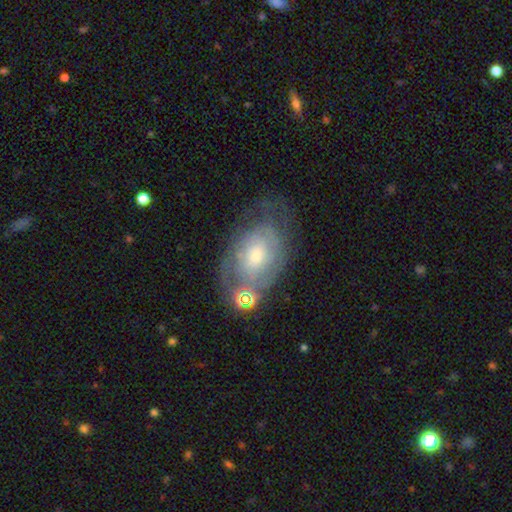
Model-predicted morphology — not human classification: smooth-or-featured: featured or disk: 69% | smooth: 24% | star or artifact: 7%
  disk-edge-on: no: 95% | yes: 5%
    bar: no: 71% | weak: 25% | strong: 4%
    has-spiral-arms: yes: 78% | no: 22%
      spiral-winding: tight: 63% | medium: 27% | loose: 10%
      spiral-arm-count: can't tell: 56% | 2: 24% | 3: 8% | 1: 6% | 4: 4% | more than 4: 3%
    bulge-size: moderate: 45% | small: 43% | large: 7% | none: 4% | dominant: 1%
  merging: none: 53% | minor disturbance: 24% | major disturbance: 16% | merger: 8%